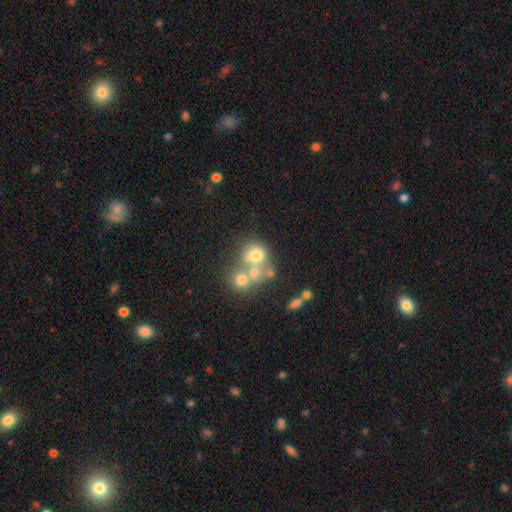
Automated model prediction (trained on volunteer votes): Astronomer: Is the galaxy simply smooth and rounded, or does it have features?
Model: smooth — 63%.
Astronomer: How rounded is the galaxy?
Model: round — 78%.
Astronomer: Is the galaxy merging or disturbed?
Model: merger — 50% (runner-up: none, 36%).